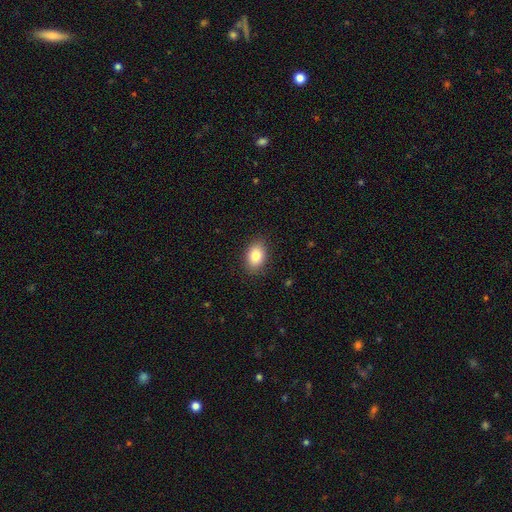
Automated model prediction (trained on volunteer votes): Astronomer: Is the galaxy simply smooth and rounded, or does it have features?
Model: smooth — 84%.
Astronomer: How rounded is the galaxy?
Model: in between — 81%.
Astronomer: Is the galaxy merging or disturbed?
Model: none — 87%.